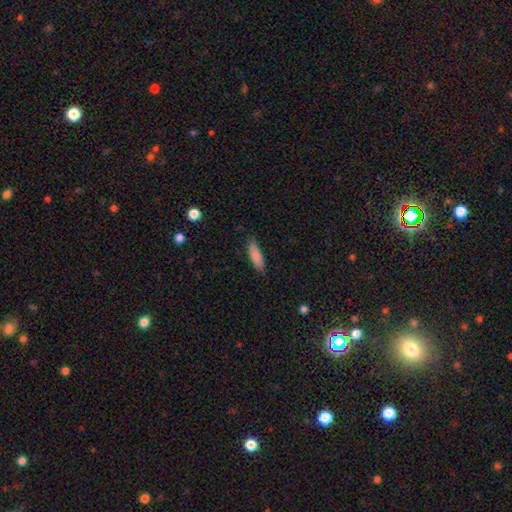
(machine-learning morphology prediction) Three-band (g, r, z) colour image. It shows a smooth galaxy with no disk features (86%) that is in between round and cigar-shaped (51%). Merging: none (80%).